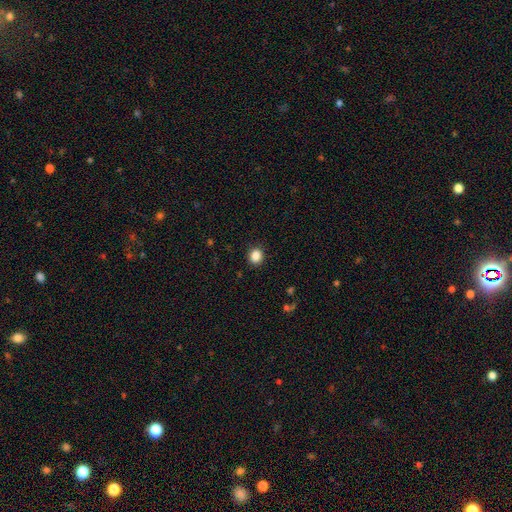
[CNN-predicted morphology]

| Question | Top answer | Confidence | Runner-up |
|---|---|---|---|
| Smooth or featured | smooth | 86% | star or artifact (11%) |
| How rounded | round | 82% | in between (17%) |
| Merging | none | 91% | minor disturbance (6%) |